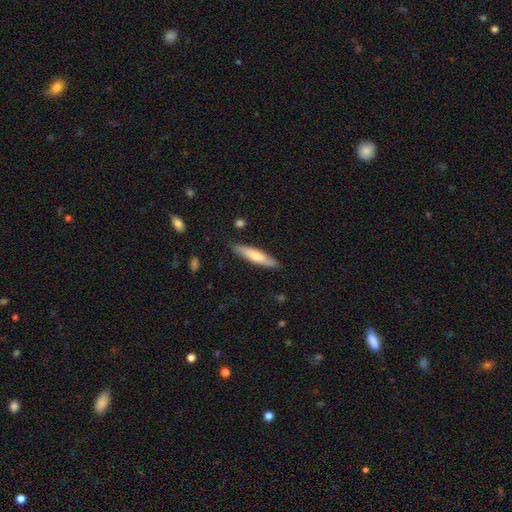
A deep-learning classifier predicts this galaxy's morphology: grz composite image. It shows a smooth galaxy with no disk features (66%) that is cigar-shaped (81%). Merging: none (86%).